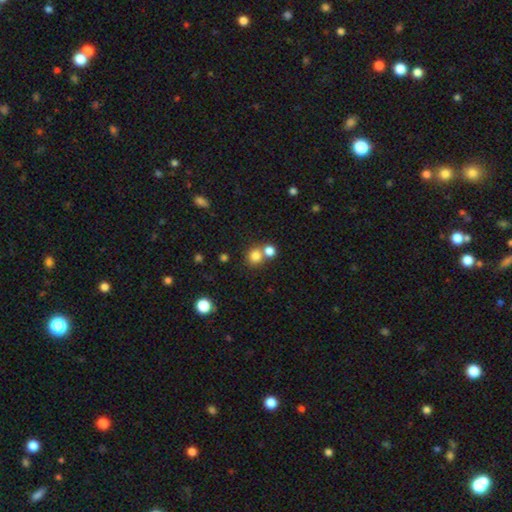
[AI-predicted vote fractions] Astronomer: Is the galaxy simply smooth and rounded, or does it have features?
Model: smooth — 79%.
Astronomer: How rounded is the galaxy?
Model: round — 82%.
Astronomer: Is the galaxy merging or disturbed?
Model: none — 55% (runner-up: merger, 35%).